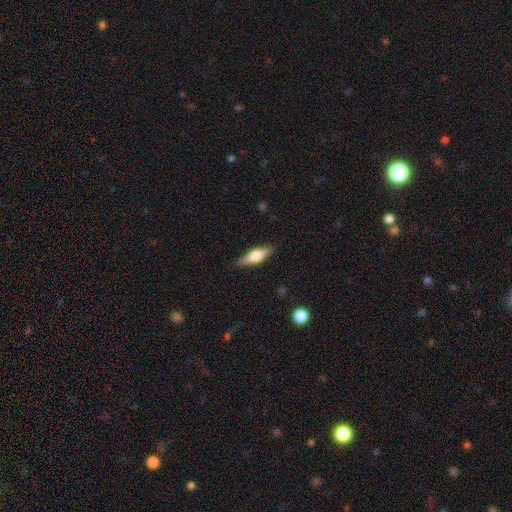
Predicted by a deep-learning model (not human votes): smooth 48%, featured or disk 46%, star or artifact 6%. Down the decision tree: merging — none (87%).